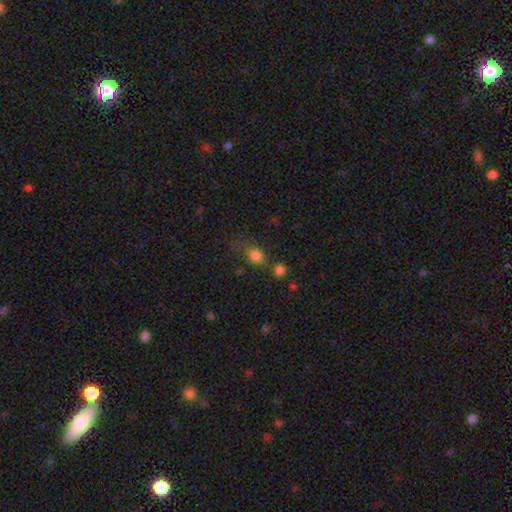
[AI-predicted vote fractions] A smooth galaxy with no disk features (80%) that is round (60%). Merging: none (54%).